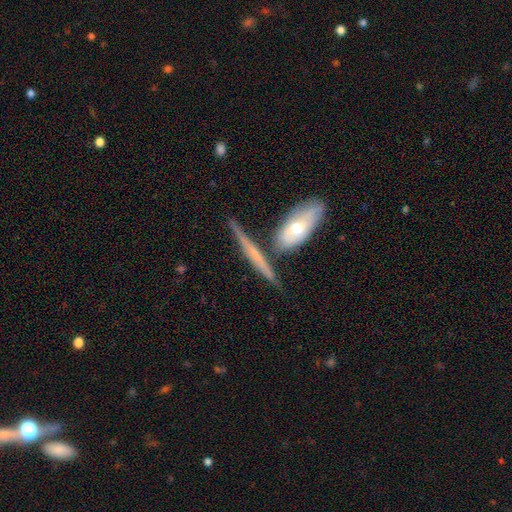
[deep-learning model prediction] Overall: featured or disk (62%; smooth 31%). Edge-on disk: yes (88%). Edge-on bulge: rounded (53%; none 37%). Merging: none (65%).